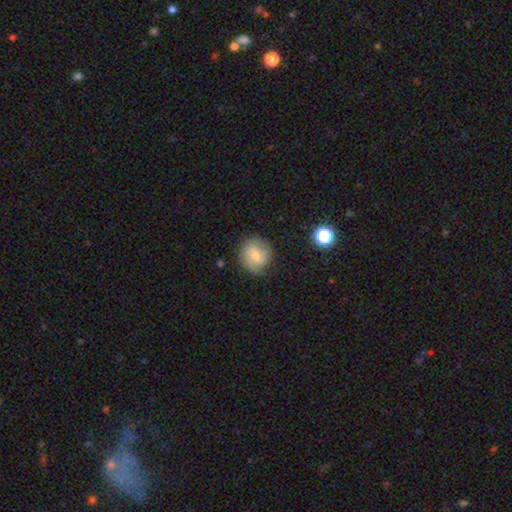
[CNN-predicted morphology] featured or disk 51%, smooth 40%, star or artifact 9%. Down the decision tree: edge-on disk — no (97%); merging — none (76%).